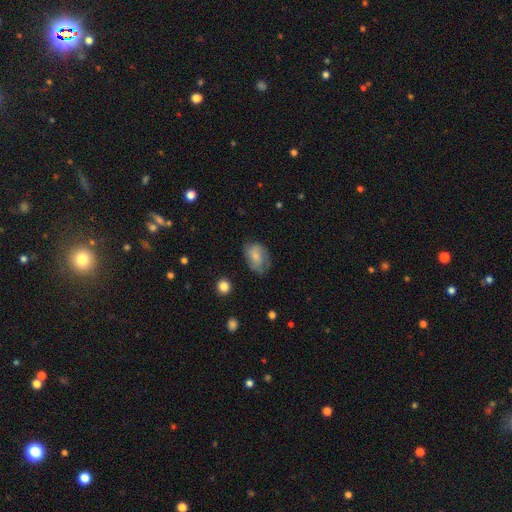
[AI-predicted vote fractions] A smooth galaxy with no disk features (68%) that is in between round and cigar-shaped (79%).

Vote fractions:
- Smooth or featured? smooth: 68% / featured or disk: 24% / star or artifact: 8%
- How rounded? in between: 79% / round: 20% / cigar-shaped: 1%
- Merging? none: 56% / minor disturbance: 29% / major disturbance: 13% / merger: 2%